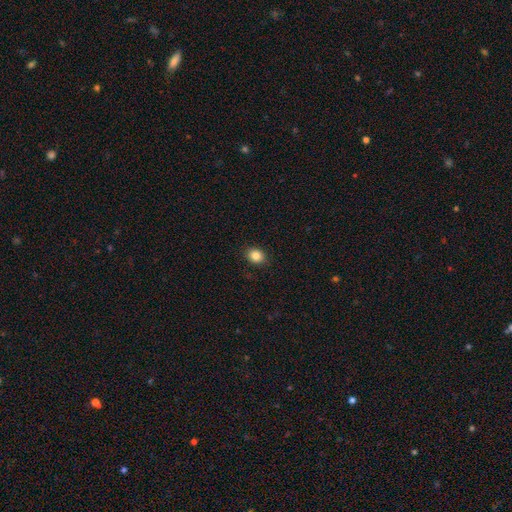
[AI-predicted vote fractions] Smooth or featured: smooth — 85% (star or artifact — 10%)
How rounded: round — 53% (in between — 46%)
Merging: none — 90% (minor disturbance — 7%)